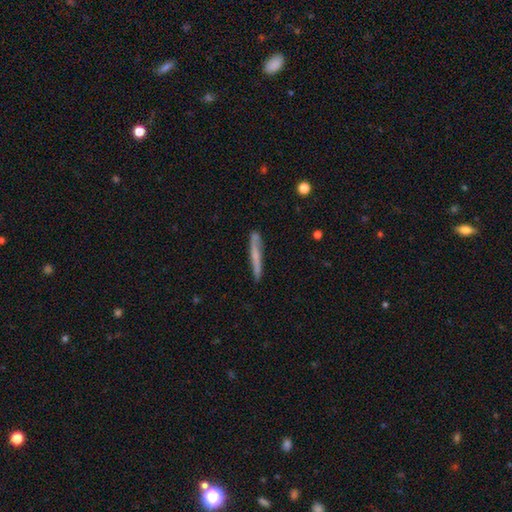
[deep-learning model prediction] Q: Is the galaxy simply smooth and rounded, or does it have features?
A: smooth — 52%.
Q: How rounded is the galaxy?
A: cigar-shaped — 95%.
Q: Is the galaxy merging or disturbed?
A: none — 80%.